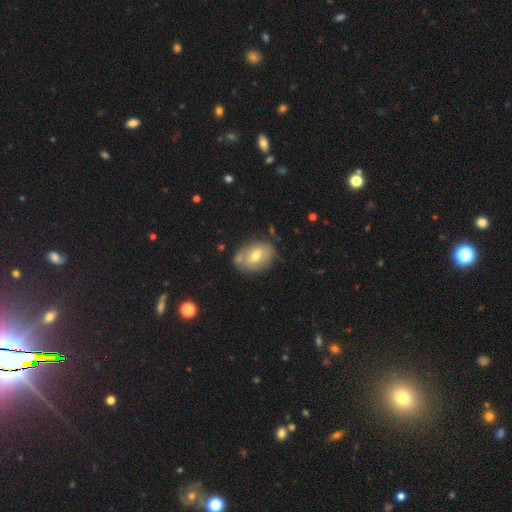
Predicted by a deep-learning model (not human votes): smooth-or-featured: smooth: 50% | featured or disk: 42% | star or artifact: 7%
  how-rounded: in between: 80% | round: 19% | cigar-shaped: 1%
  merging: none: 66% | minor disturbance: 21% | merger: 8% | major disturbance: 5%